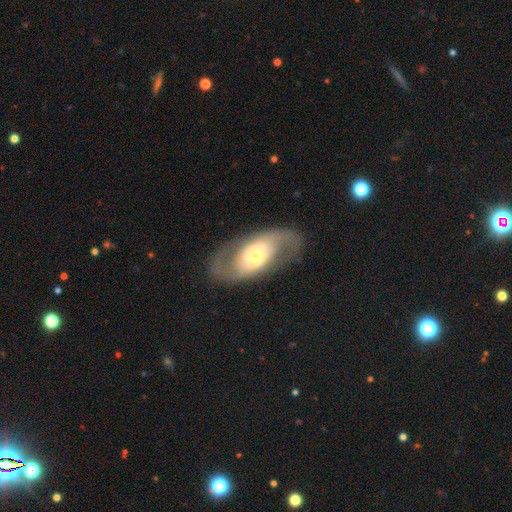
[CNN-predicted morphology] Smooth or featured?
  - featured or disk: 76% *
  - smooth: 18%
  - star or artifact: 6%
Edge-on disk?
  - no: 93% *
  - yes: 7%
Bar?
  - no: 52% *
  - weak: 33%
  - strong: 15%
Spiral arms?
  - yes: 86% *
  - no: 14%
Spiral winding?
  - medium: 47% *
  - loose: 34%
  - tight: 19%
Spiral arm count?
  - 2: 89% *
  - can't tell: 6%
  - 1: 2%
  - 3: 1%
  - 4: 1%
  - more than 4: 1%
Bulge size?
  - moderate: 57% *
  - large: 20%
  - small: 18%
  - dominant: 3%
  - none: 1%
Merging?
  - none: 80% *
  - minor disturbance: 12%
  - major disturbance: 7%
  - merger: 1%